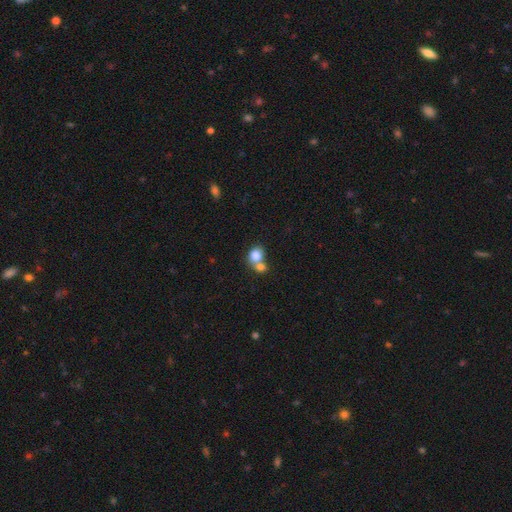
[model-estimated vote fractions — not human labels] This appears to be a smooth galaxy with no disk features (81%) that is round (68%). Merging: merger (57%).